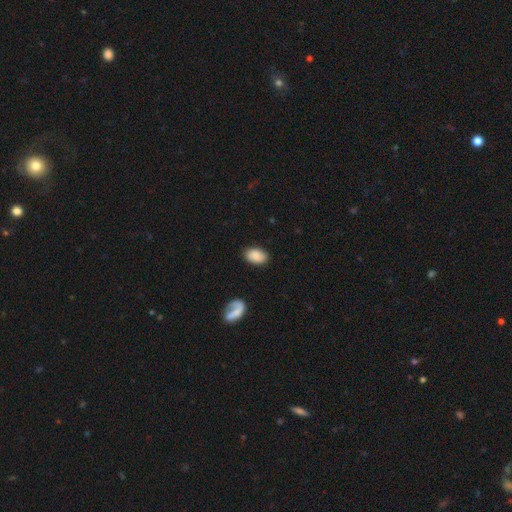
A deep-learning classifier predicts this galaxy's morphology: The model was most divided on "merging": none: 83%, minor disturbance: 12%, major disturbance: 3%, merger: 2%. More confident: how rounded — in between (90%); smooth or featured — smooth (84%).